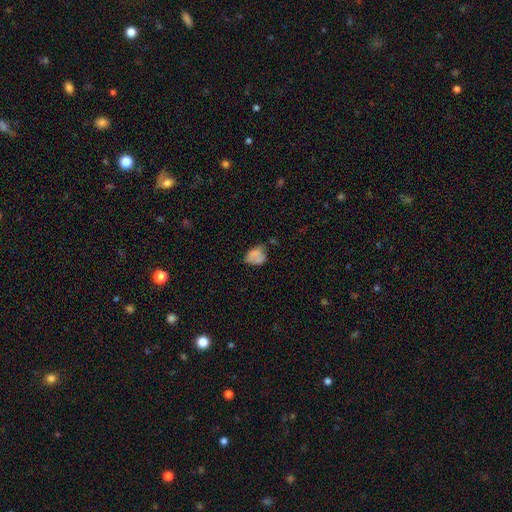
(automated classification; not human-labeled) The model was most divided on "merging": none: 41%, minor disturbance: 32%, major disturbance: 17%, merger: 10%. More confident: how rounded — in between (68%); smooth or featured — smooth (65%).